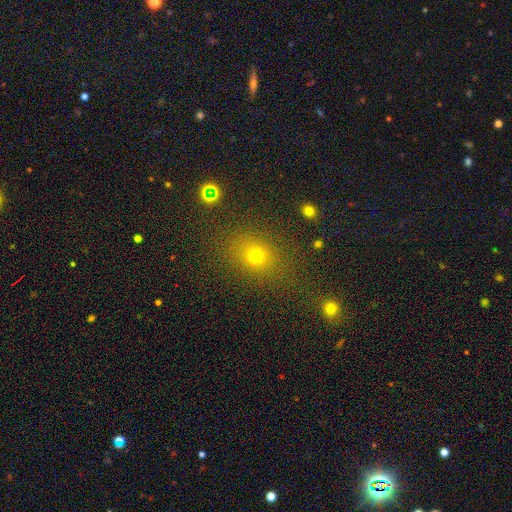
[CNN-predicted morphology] smooth 70%, star or artifact 21%, featured or disk 9%. Down the decision tree: how rounded — round (63%); merging — none (79%).